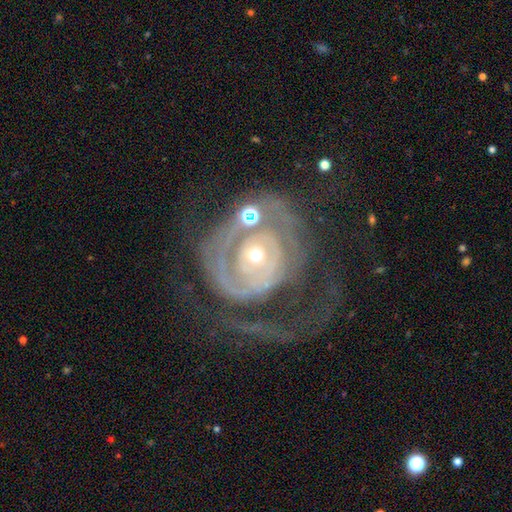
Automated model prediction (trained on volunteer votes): This appears to be a featured or disk galaxy (83%) with no bar (78%), tight (67%) spiral arms (78%) and a small central bulge (67%). Merging: major disturbance (36%).